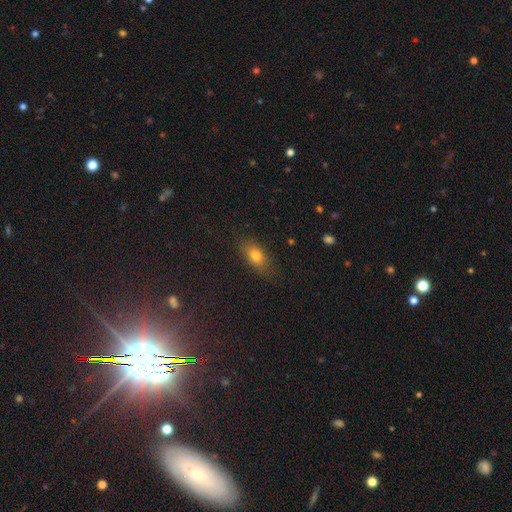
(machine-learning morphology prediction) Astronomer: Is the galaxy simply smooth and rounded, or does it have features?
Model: smooth — 76%.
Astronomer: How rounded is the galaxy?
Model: in between — 78%.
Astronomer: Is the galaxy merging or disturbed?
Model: none — 80%.